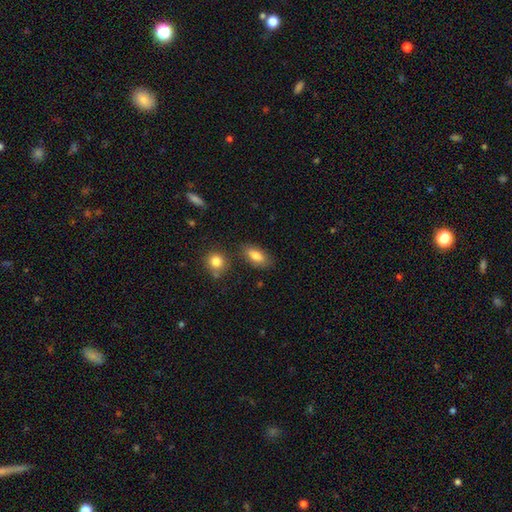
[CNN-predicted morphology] Smooth or featured: smooth — 83% (featured or disk — 10%)
How rounded: in between — 86% (cigar-shaped — 10%)
Merging: none — 77% (minor disturbance — 14%)